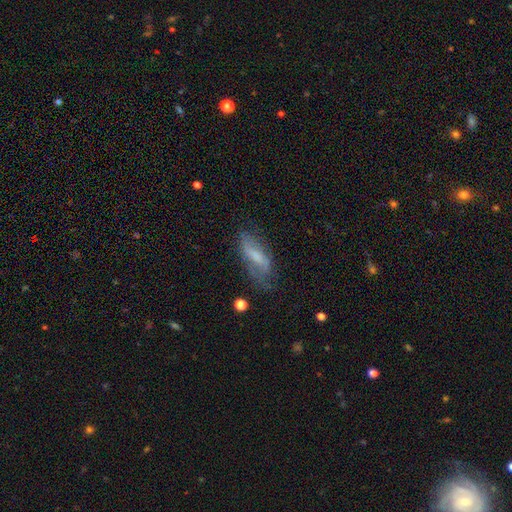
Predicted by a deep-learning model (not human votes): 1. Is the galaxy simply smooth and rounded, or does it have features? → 49% smooth, 42% featured or disk, 9% star or artifact.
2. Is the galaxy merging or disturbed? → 49% none, 30% minor disturbance, 18% major disturbance, 3% merger.